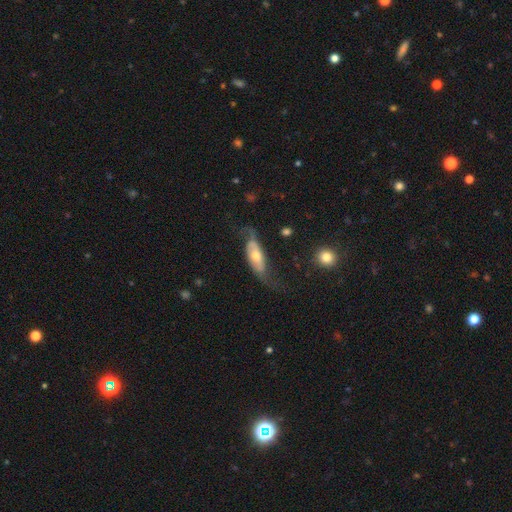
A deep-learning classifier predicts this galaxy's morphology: Smooth or featured?
  - featured or disk: 59% *
  - smooth: 35%
  - star or artifact: 6%
Edge-on disk?
  - no: 73% *
  - yes: 27%
Merging?
  - none: 50% *
  - minor disturbance: 26%
  - major disturbance: 21%
  - merger: 2%